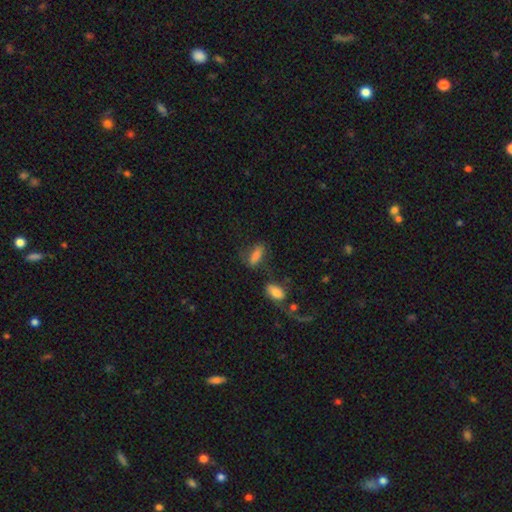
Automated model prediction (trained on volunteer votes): Morphology: type=smooth (77%); roundness=in between (63%); merging=none (55%).